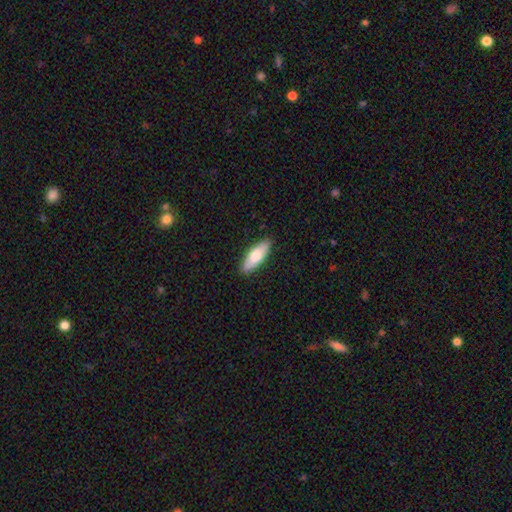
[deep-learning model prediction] smooth-or-featured: smooth: 70% | featured or disk: 25% | star or artifact: 5%
  how-rounded: in between: 58% | cigar-shaped: 40% | round: 2%
  merging: none: 89% | minor disturbance: 8% | major disturbance: 2% | merger: 1%